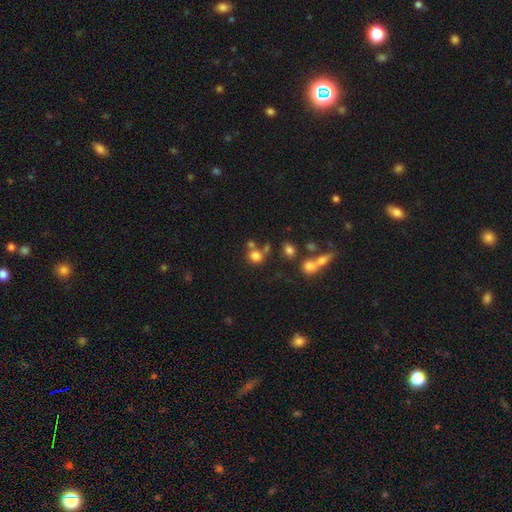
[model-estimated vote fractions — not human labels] Smooth or featured? Predicted: smooth (p=0.77). How rounded? Predicted: round (p=0.77). Merging? Predicted: none (p=0.58).